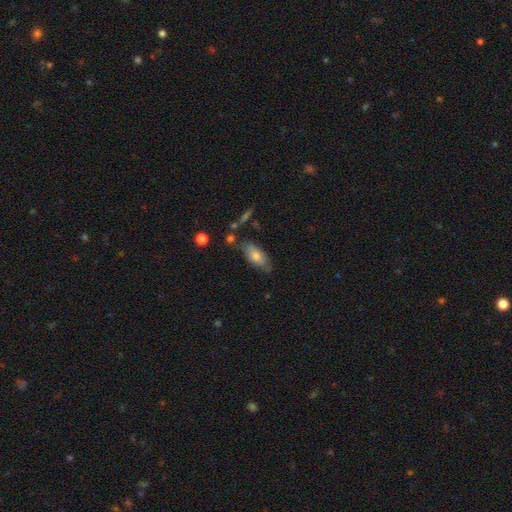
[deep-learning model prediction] Smooth or featured?
  - smooth: 69% *
  - featured or disk: 24%
  - star or artifact: 7%
How rounded?
  - in between: 82% *
  - cigar-shaped: 15%
  - round: 3%
Merging?
  - none: 69% *
  - minor disturbance: 20%
  - merger: 5%
  - major disturbance: 5%